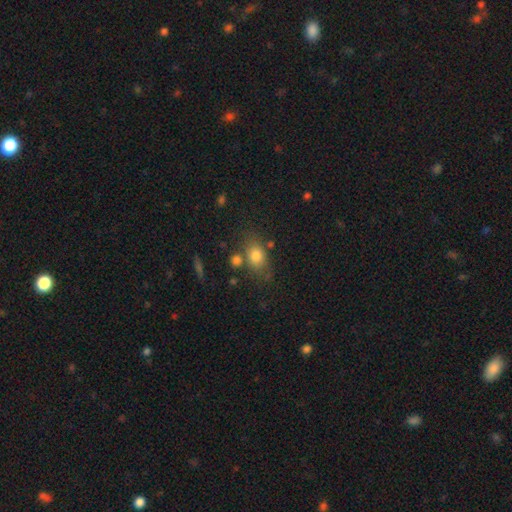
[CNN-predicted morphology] The model was most divided on "how rounded": in between: 68%, round: 29%, cigar-shaped: 3%. More confident: smooth or featured — smooth (79%); merging — none (65%).